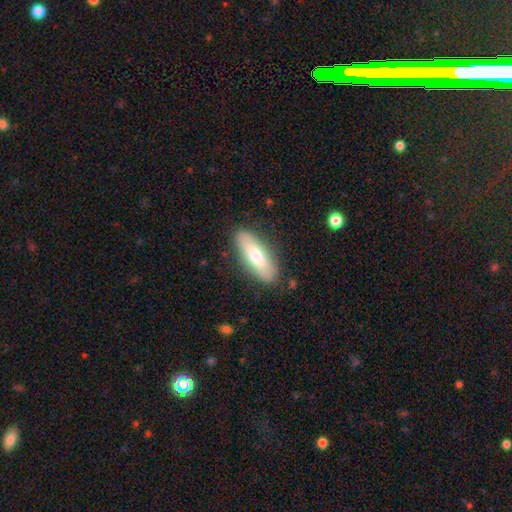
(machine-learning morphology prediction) A smooth galaxy with no disk features (71%) that is in between round and cigar-shaped (59%). Merging: none (85%).